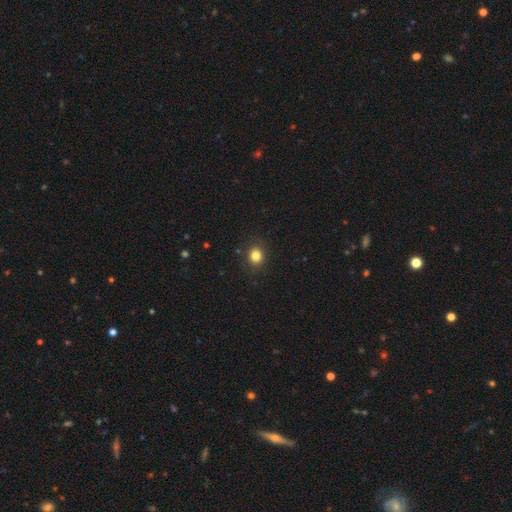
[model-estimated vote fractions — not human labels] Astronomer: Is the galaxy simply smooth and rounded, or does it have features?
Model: smooth — 82%.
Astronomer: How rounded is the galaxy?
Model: round — 74%.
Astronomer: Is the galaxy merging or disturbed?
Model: none — 88%.